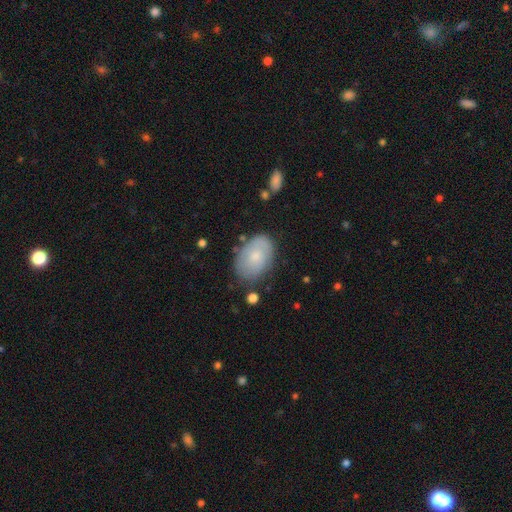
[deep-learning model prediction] Smooth or featured?
  - smooth: 60% *
  - featured or disk: 33%
  - star or artifact: 7%
How rounded?
  - in between: 86% *
  - round: 13%
  - cigar-shaped: 1%
Merging?
  - none: 74% *
  - minor disturbance: 19%
  - major disturbance: 5%
  - merger: 2%